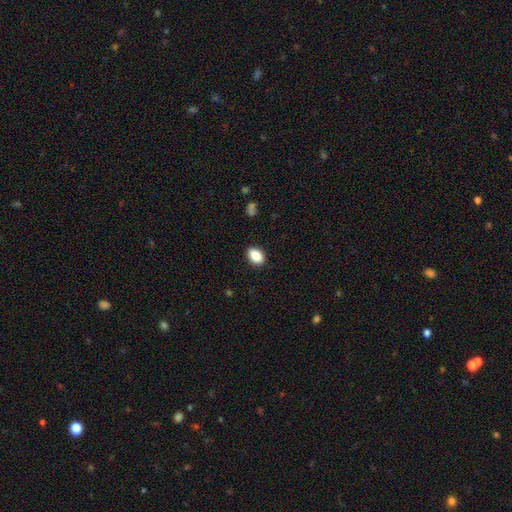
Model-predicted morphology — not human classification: type=smooth (87%); roundness=in between (85%); merging=none (89%).